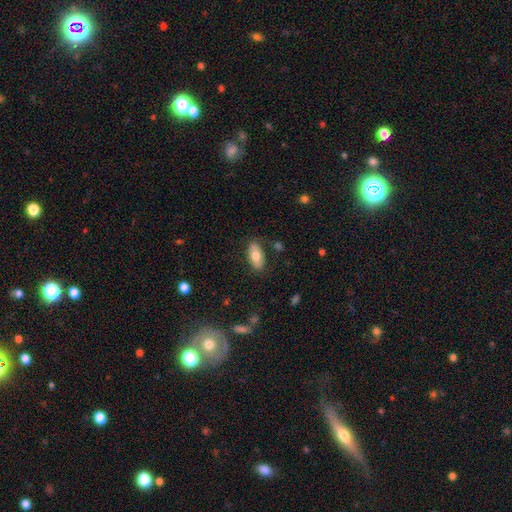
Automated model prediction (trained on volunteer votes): A smooth galaxy with no disk features (71%) that is in between round and cigar-shaped (90%). Merging: none (82%).